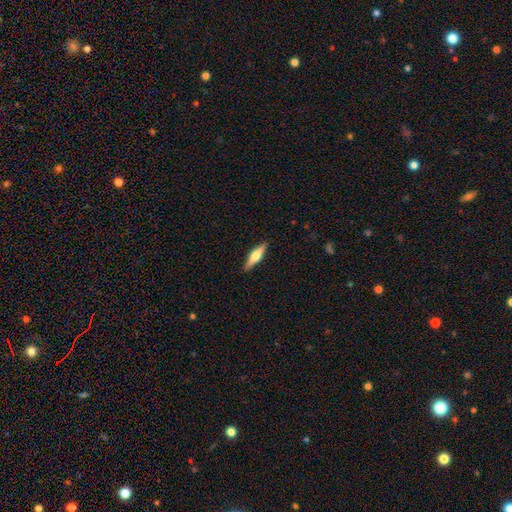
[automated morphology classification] Overall: smooth (48%; featured or disk 46%). Merging: none (90%).